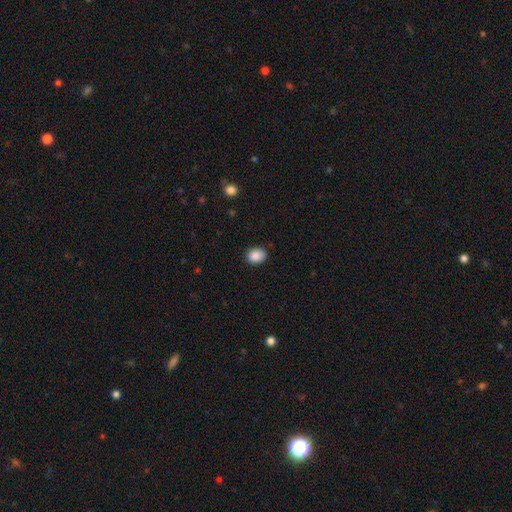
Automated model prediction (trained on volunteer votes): The model was most divided on "how rounded": in between: 54%, round: 46%, cigar-shaped: 1%. More confident: smooth or featured — smooth (88%); merging — none (86%).